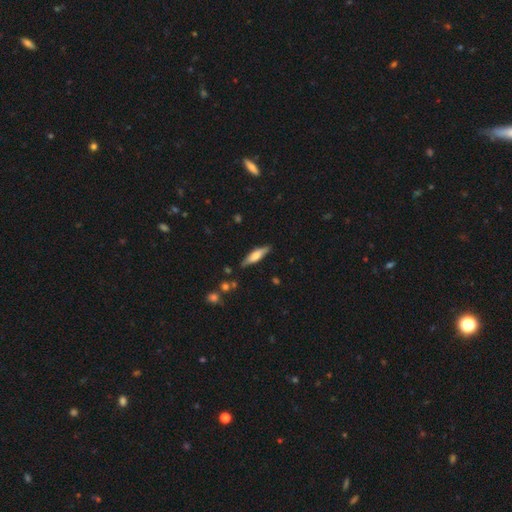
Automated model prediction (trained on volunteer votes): Smooth or featured?
  - smooth: 56% *
  - featured or disk: 37%
  - star or artifact: 6%
How rounded?
  - cigar-shaped: 71% *
  - in between: 27%
  - round: 2%
Merging?
  - none: 83% *
  - minor disturbance: 13%
  - major disturbance: 2%
  - merger: 2%